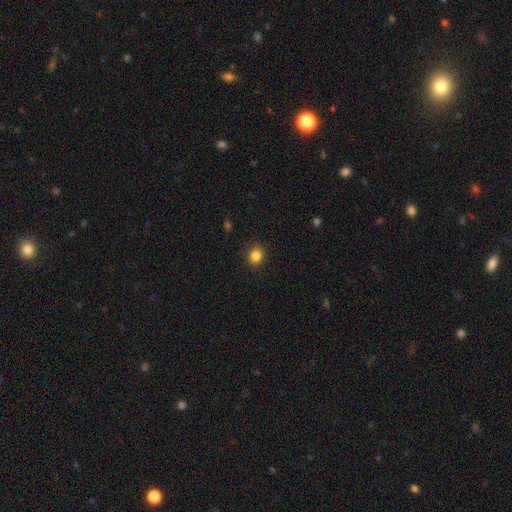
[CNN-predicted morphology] This appears to be a smooth galaxy with no disk features (85%) that is round (79%). Merging: none (89%).